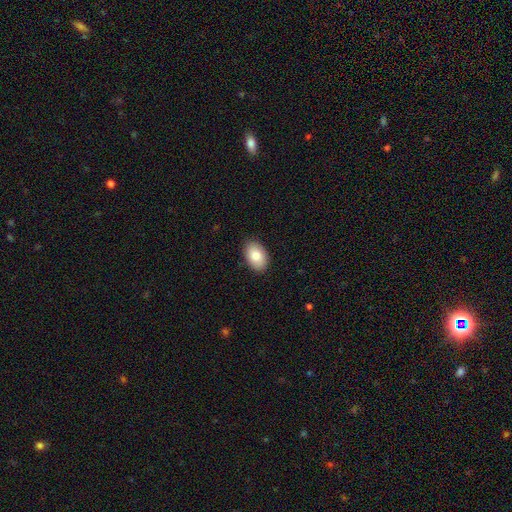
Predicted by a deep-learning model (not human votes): smooth_or_featured: smooth (p=0.85) [alt: featured or disk p=0.09]
how_rounded: in between (p=0.91) [alt: round p=0.08]
merging: none (p=0.88) [alt: minor disturbance p=0.09]